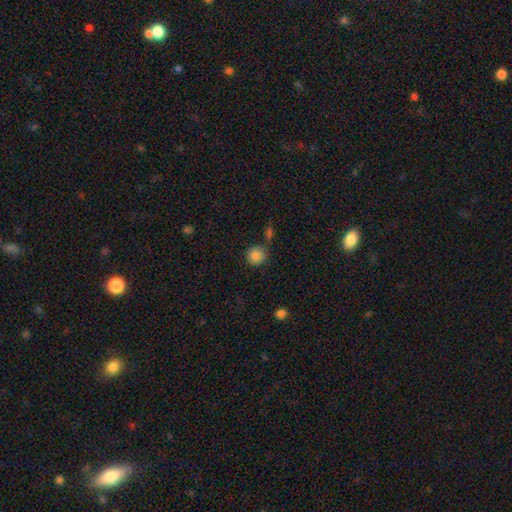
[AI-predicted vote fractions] smooth_or_featured: smooth (p=0.86) [alt: star or artifact p=0.09]
how_rounded: round (p=0.91) [alt: in between p=0.08]
merging: none (p=0.76) [alt: minor disturbance p=0.13]